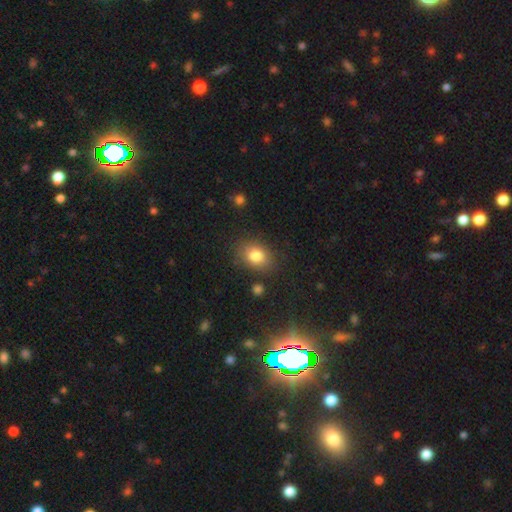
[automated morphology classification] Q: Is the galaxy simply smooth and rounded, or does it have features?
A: smooth — 81%.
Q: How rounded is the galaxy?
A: in between — 61%.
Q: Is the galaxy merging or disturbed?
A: none — 81%.